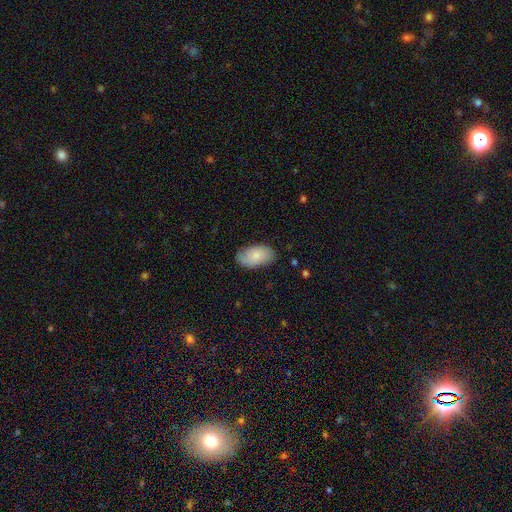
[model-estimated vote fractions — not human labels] The model was most divided on "smooth or featured": smooth: 74%, featured or disk: 20%, star or artifact: 6%. More confident: how rounded — in between (95%); merging — none (74%).